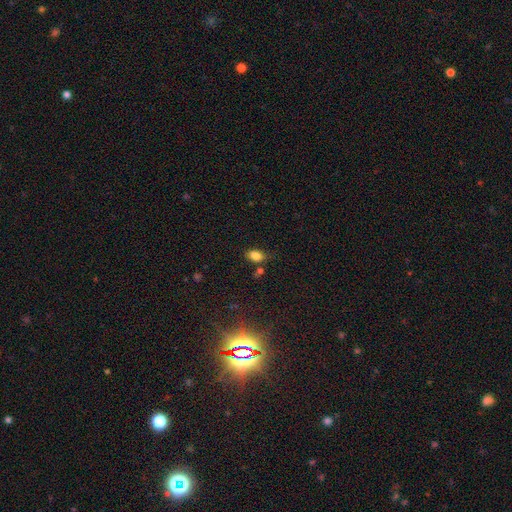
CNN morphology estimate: smooth_or_featured: smooth (p=0.83) [alt: star or artifact p=0.12]
how_rounded: in between (p=0.86) [alt: round p=0.11]
merging: none (p=0.66) [alt: minor disturbance p=0.20]